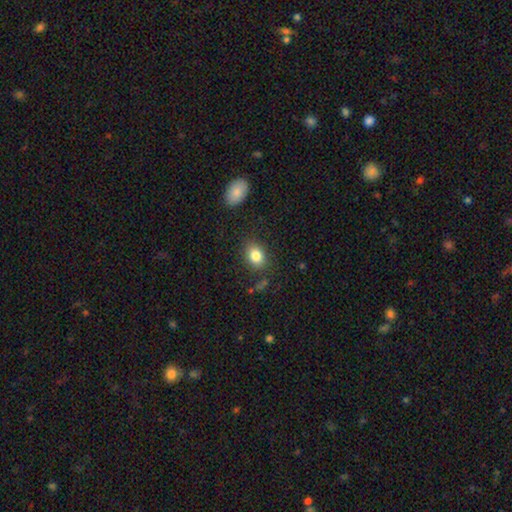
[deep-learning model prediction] Smooth or featured? Predicted: smooth (p=0.83). How rounded? Predicted: in between (p=0.67). Merging? Predicted: none (p=0.81).